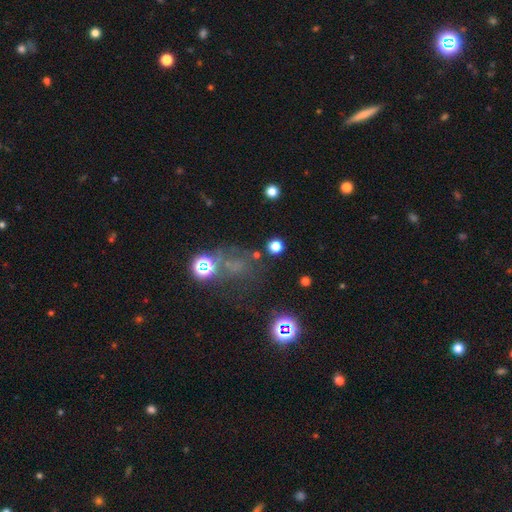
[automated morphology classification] star or artifact 43%, smooth 39%, featured or disk 18%.